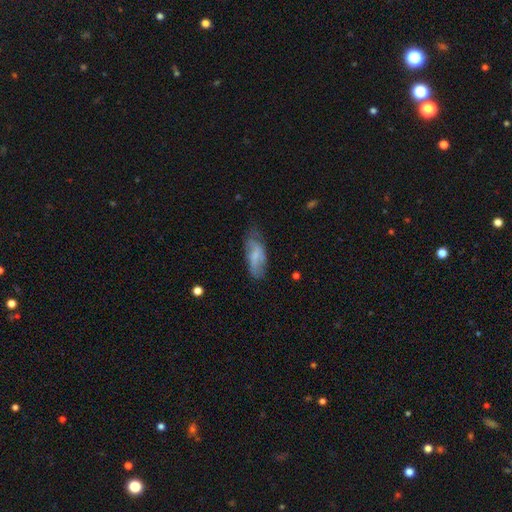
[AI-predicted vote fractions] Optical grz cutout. It shows a smooth galaxy with no disk features (54%) that is in between round and cigar-shaped (76%). Merging: none (55%).